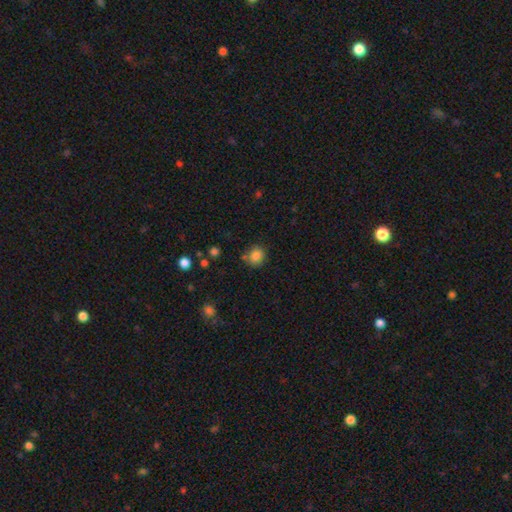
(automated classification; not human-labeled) smooth-or-featured: smooth: 85% | star or artifact: 11% | featured or disk: 4%
  how-rounded: round: 76% | in between: 23% | cigar-shaped: 1%
  merging: none: 77% | minor disturbance: 13% | merger: 6% | major disturbance: 4%